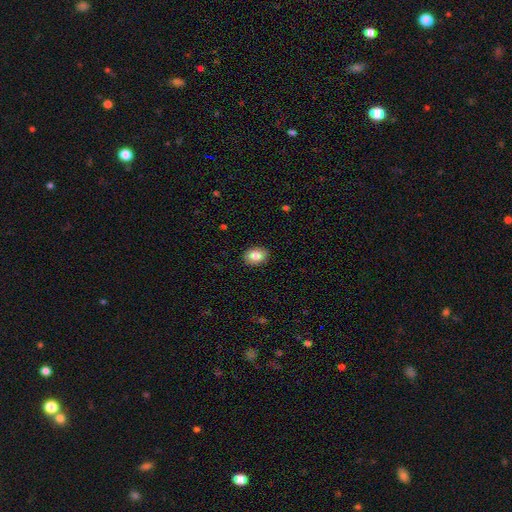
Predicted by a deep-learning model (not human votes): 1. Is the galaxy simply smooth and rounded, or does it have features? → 84% smooth, 8% featured or disk, 8% star or artifact.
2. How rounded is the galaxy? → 76% in between, 23% round, 1% cigar-shaped.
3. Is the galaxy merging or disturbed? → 90% none, 7% minor disturbance, 2% major disturbance, 1% merger.